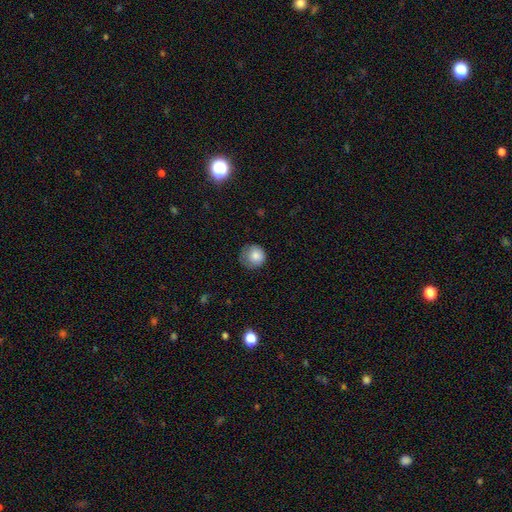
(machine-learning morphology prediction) Overall: smooth (82%). How rounded: round (91%). Merging: none (66%).